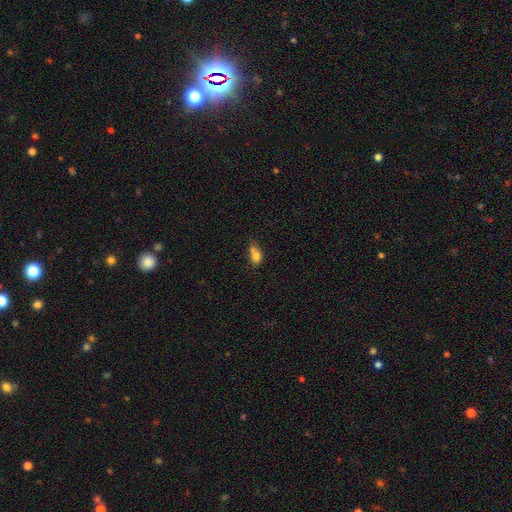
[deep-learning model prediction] Q: Smooth or featured?
A: smooth (75%); runner-up: featured or disk (14%)
Q: How rounded?
A: in between (64%); runner-up: round (33%)
Q: Merging?
A: merger (48%); runner-up: none (29%)